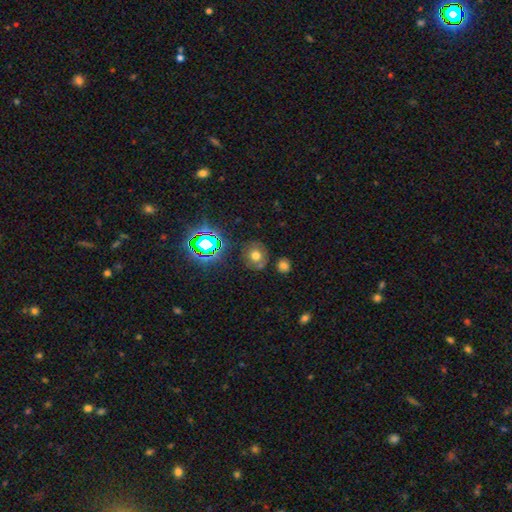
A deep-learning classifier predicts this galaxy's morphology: This is likely a smooth galaxy (61%). How rounded: clearly round (83%). Merging: likely none (72%).